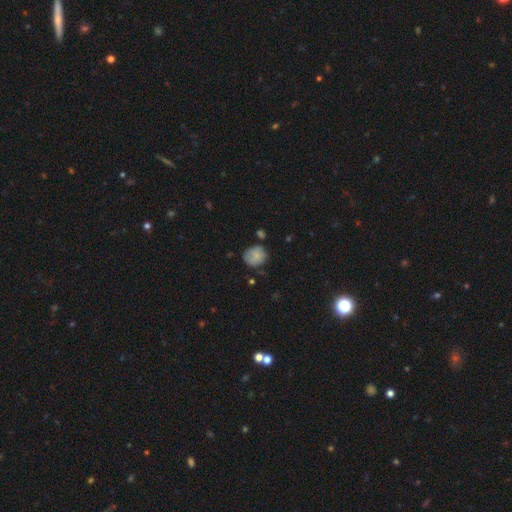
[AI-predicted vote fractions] Smooth or featured? Predicted: smooth (p=0.80). How rounded? Predicted: round (p=0.76). Merging? Predicted: none (p=0.64).